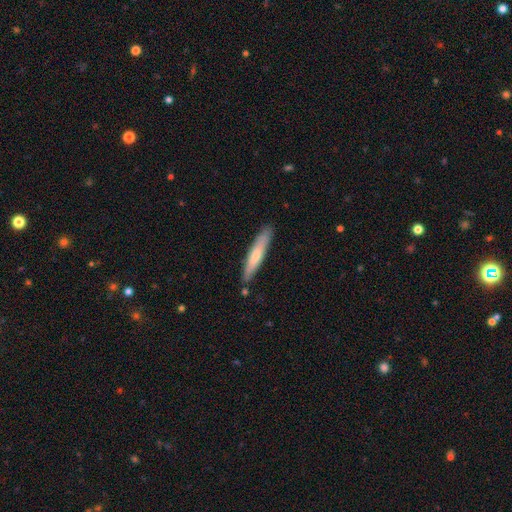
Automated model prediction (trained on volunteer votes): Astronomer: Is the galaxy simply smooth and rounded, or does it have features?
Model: smooth — 66%.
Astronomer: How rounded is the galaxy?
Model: cigar-shaped — 91%.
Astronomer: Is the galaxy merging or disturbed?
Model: none — 85%.